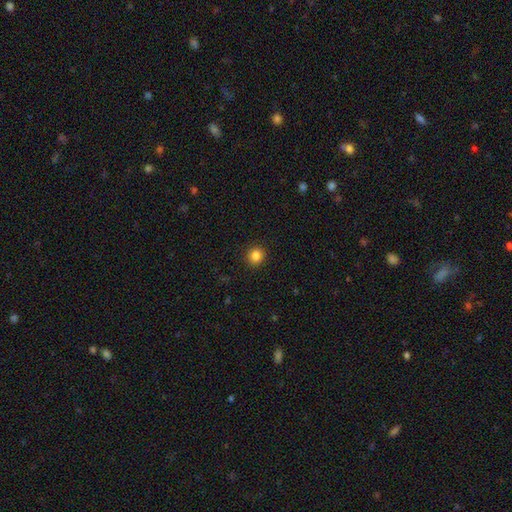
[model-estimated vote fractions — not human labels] A smooth galaxy with no disk features (84%) that is round (88%).

Vote fractions:
- Smooth or featured? smooth: 84% / star or artifact: 11% / featured or disk: 5%
- How rounded? round: 88% / in between: 11% / cigar-shaped: 1%
- Merging? none: 92% / minor disturbance: 6% / major disturbance: 2% / merger: 1%